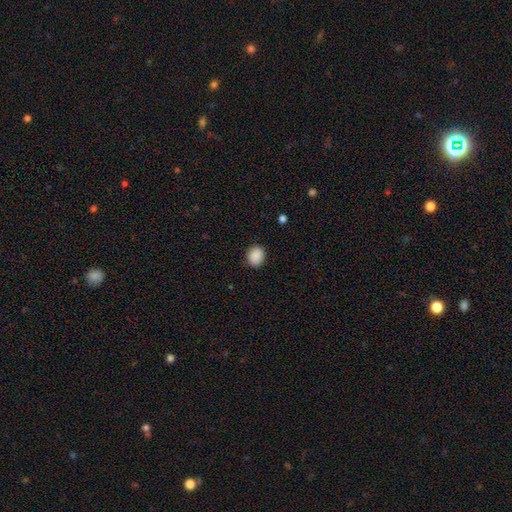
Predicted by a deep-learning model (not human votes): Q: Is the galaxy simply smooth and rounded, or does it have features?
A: smooth — 89%.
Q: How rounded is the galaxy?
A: round — 66%.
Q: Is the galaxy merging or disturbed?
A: none — 86%.